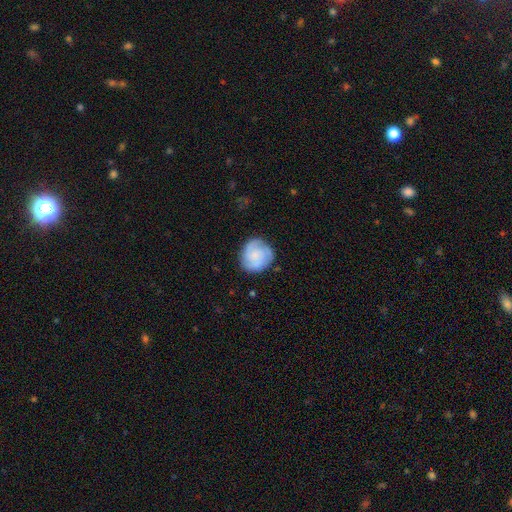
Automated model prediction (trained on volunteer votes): This appears to be a featured or disk galaxy (58%) with no bar (74%), 3 (45%) tight (54%) spiral arms (92%) and a small central bulge (51%). Merging: none (80%).